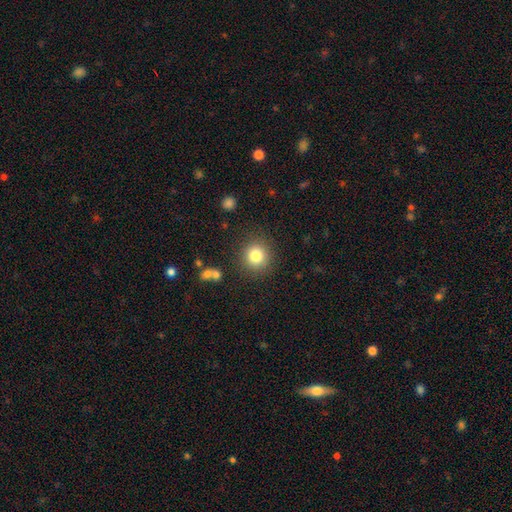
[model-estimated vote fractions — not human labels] A smooth galaxy with no disk features (81%) that is round (91%). Merging: none (86%).